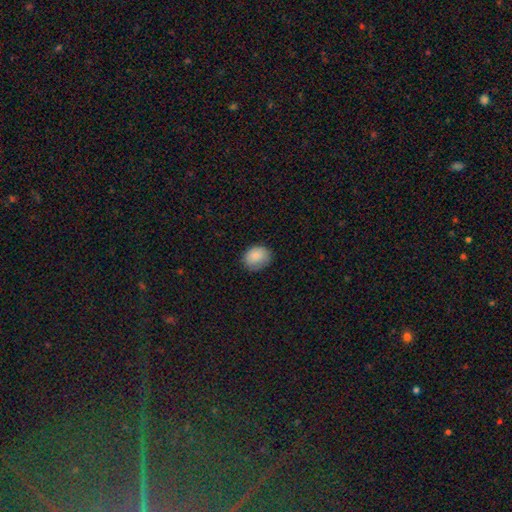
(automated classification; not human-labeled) A smooth galaxy with no disk features (87%) that is in between round and cigar-shaped (55%).

Vote fractions:
- Smooth or featured? smooth: 87% / star or artifact: 8% / featured or disk: 6%
- How rounded? in between: 55% / round: 44% / cigar-shaped: 1%
- Merging? none: 74% / minor disturbance: 20% / major disturbance: 4% / merger: 1%